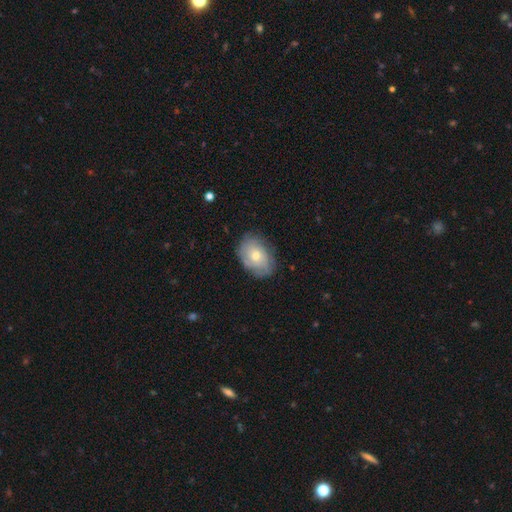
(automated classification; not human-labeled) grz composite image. It shows a smooth galaxy with no disk features (48%). Merging: none (73%).